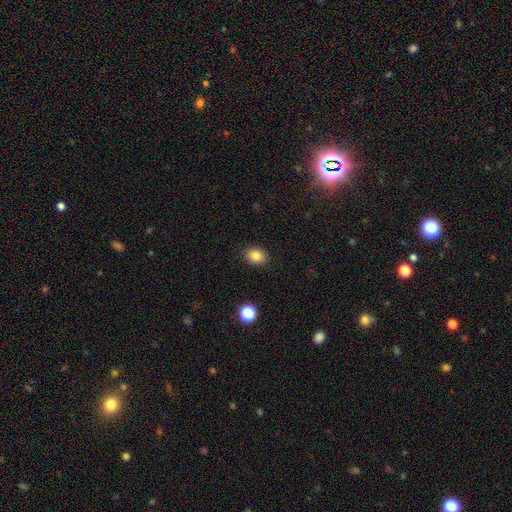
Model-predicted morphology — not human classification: A smooth galaxy with no disk features (84%) that is in between round and cigar-shaped (70%).

Vote fractions:
- Smooth or featured? smooth: 84% / star or artifact: 10% / featured or disk: 6%
- How rounded? in between: 70% / round: 29% / cigar-shaped: 1%
- Merging? none: 87% / minor disturbance: 10% / major disturbance: 2% / merger: 1%